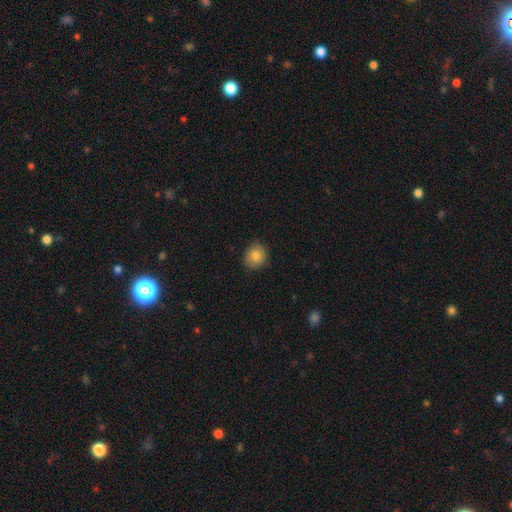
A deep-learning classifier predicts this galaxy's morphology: type=smooth (83%); roundness=round (80%); merging=none (84%).